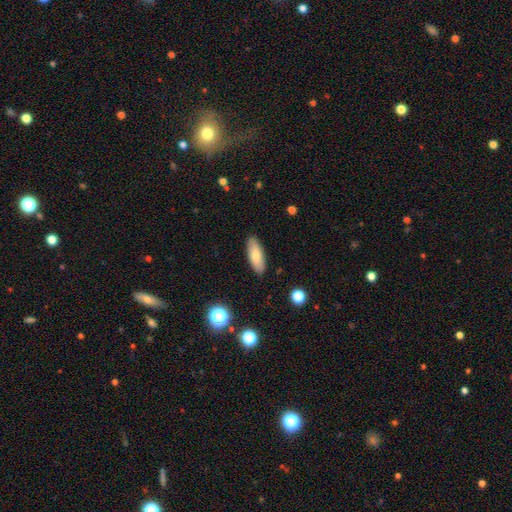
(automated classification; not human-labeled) This appears to be a smooth galaxy with no disk features (76%) that is in between round and cigar-shaped (67%). Merging: none (88%).